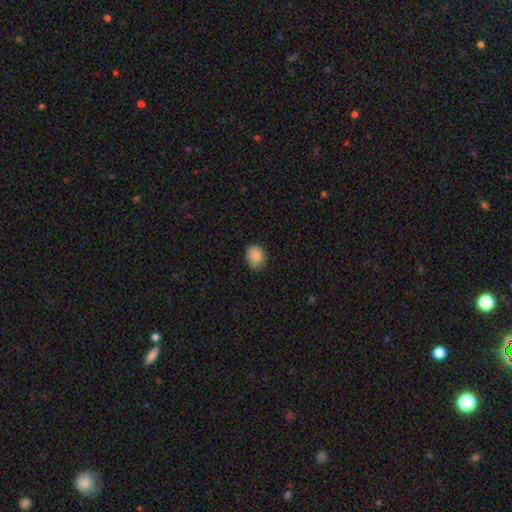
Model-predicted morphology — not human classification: This appears to be a smooth galaxy with no disk features (86%) that is round (53%). Merging: none (76%).